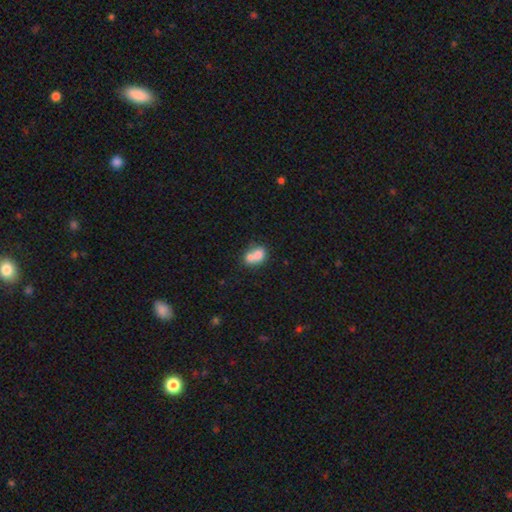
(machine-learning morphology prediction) type=smooth (71%); roundness=in between (56%); merging=merger (65%).